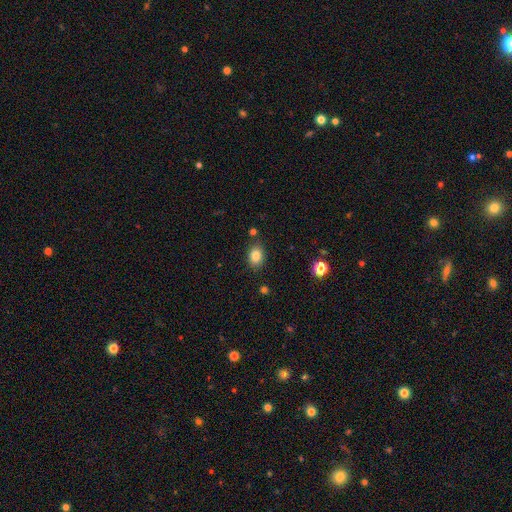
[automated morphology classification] Smooth or featured? smooth (84%)
How rounded? in between (73%)
Merging? none (82%)